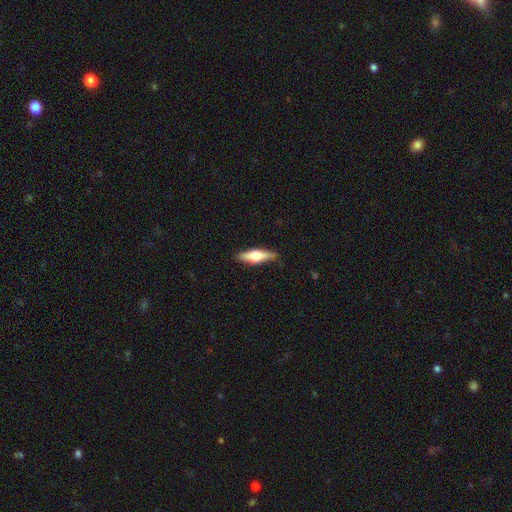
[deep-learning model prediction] Smooth or featured: smooth — 53% (featured or disk — 41%)
How rounded: cigar-shaped — 58% (in between — 39%)
Merging: none — 83% (minor disturbance — 13%)